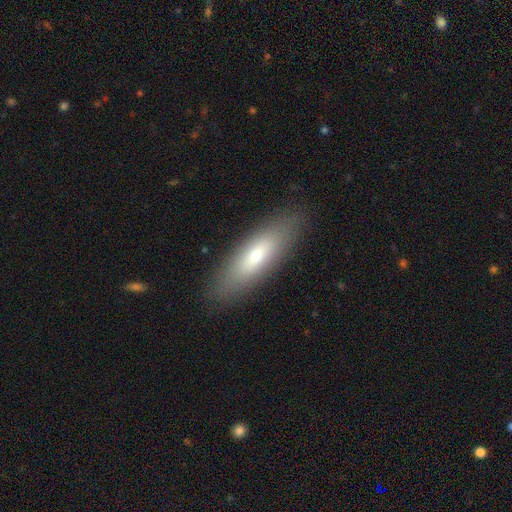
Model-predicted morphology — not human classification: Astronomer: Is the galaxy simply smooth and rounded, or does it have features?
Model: smooth — 63%.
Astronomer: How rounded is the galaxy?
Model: cigar-shaped — 53% (runner-up: in between, 45%).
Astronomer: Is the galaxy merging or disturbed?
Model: none — 88%.